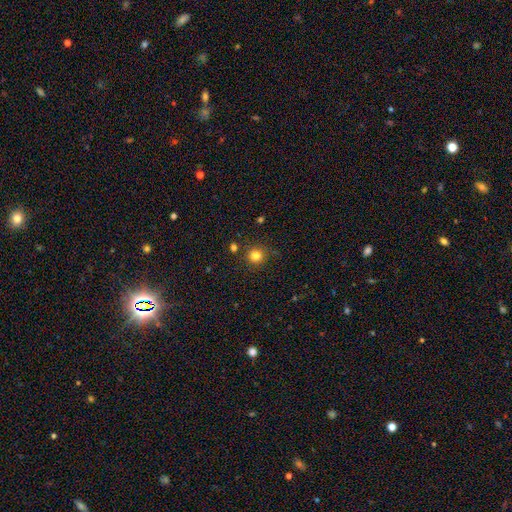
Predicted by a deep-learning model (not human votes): Smooth or featured? smooth (81%)
How rounded? round (93%)
Merging? none (85%)